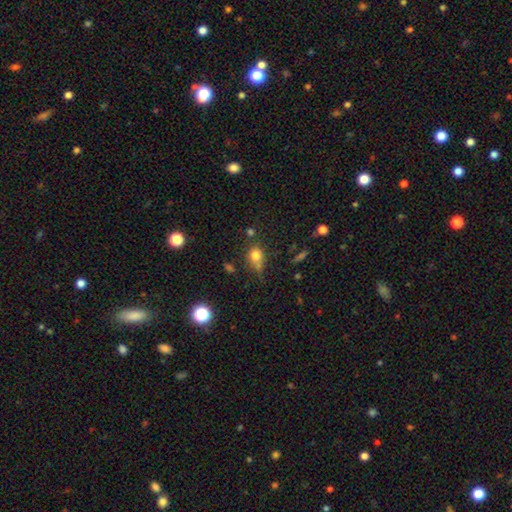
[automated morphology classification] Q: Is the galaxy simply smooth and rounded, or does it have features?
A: smooth — 76%.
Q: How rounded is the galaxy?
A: round — 62%.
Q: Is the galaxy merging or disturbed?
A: none — 54%.